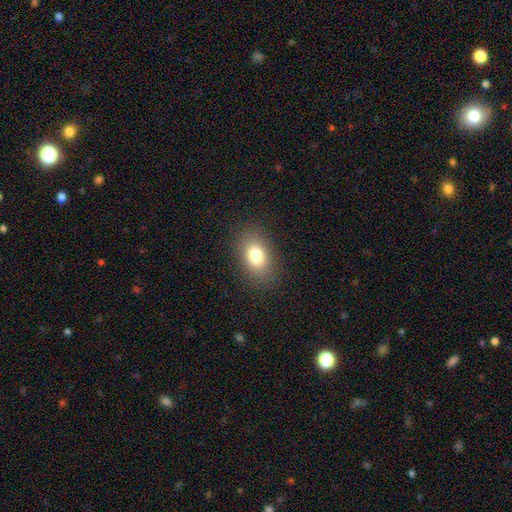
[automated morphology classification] smooth-or-featured: smooth: 79% | star or artifact: 11% | featured or disk: 11%
  how-rounded: in between: 83% | round: 15% | cigar-shaped: 2%
  merging: none: 86% | minor disturbance: 9% | major disturbance: 4% | merger: 1%